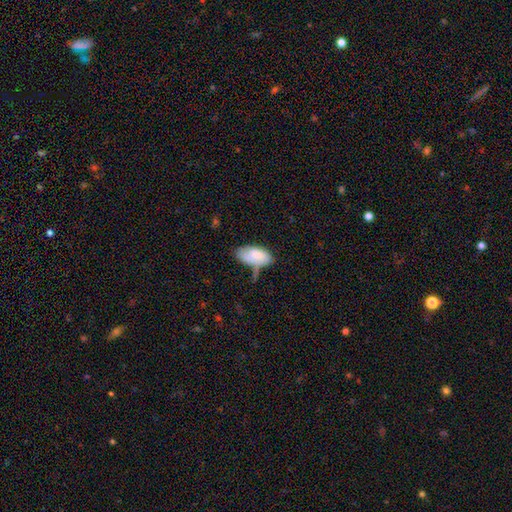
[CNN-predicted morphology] smooth_or_featured: smooth (p=0.77) [alt: featured or disk p=0.17]
how_rounded: in between (p=0.94) [alt: cigar-shaped p=0.04]
merging: none (p=0.41) [alt: minor disturbance p=0.31]